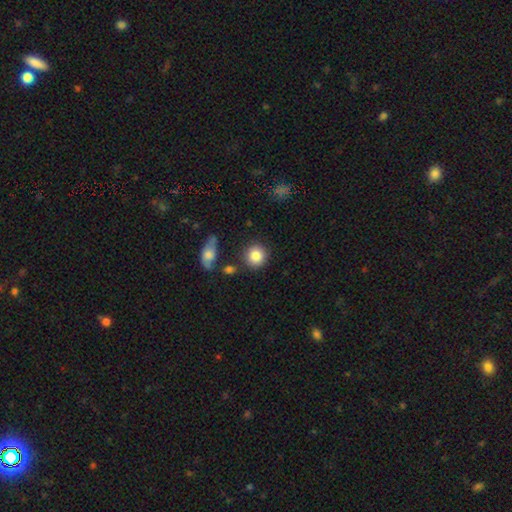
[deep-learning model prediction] This is clearly a smooth galaxy (85%). How rounded: clearly round (87%). Merging: clearly none (81%).